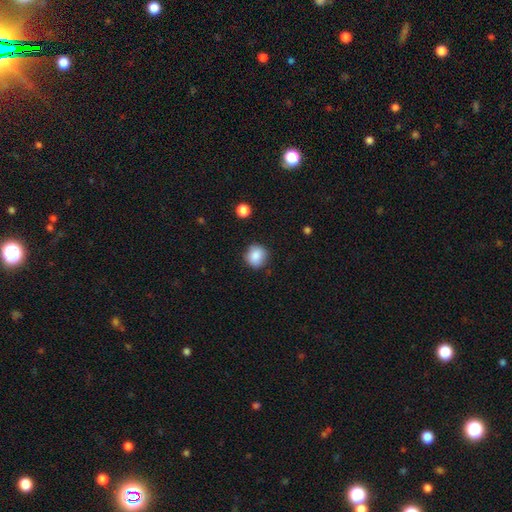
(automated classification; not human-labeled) The model was most divided on "merging": none: 86%, minor disturbance: 10%, major disturbance: 2%, merger: 2%. More confident: how rounded — round (90%); smooth or featured — smooth (86%).